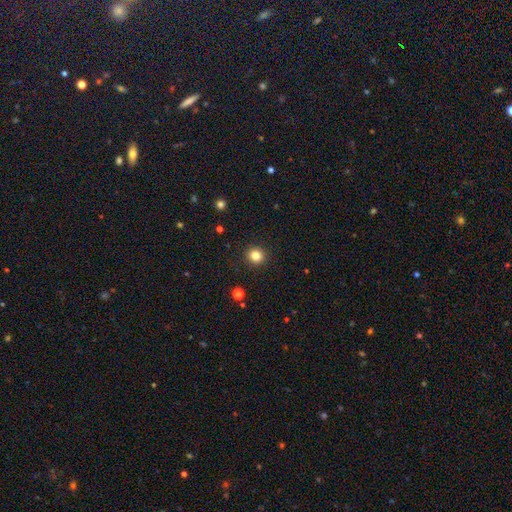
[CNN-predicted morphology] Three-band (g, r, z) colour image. It shows a smooth galaxy with no disk features (83%) that is round (87%). Merging: none (92%).